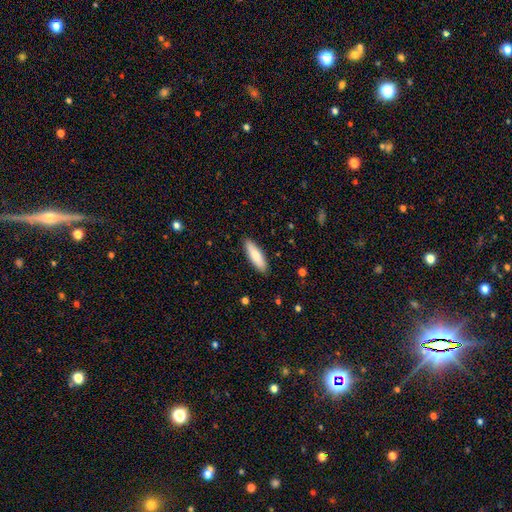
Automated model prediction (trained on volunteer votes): A smooth galaxy with no disk features (80%) that is cigar-shaped (49%, tied with in between). Merging: none (89%).